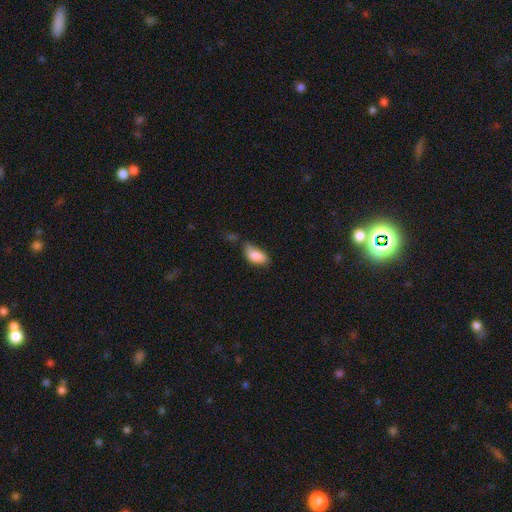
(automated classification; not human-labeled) A smooth galaxy with no disk features (84%) that is in between round and cigar-shaped (92%).

Vote fractions:
- Smooth or featured? smooth: 84% / featured or disk: 8% / star or artifact: 8%
- How rounded? in between: 92% / round: 4% / cigar-shaped: 4%
- Merging? minor disturbance: 39% (tied) / none: 39% (tied) / major disturbance: 14% / merger: 8%